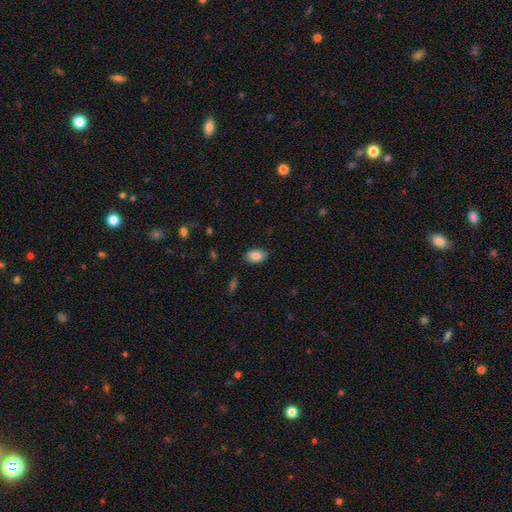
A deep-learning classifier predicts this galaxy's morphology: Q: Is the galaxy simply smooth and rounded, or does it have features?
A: smooth — 85%.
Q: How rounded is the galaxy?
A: in between — 91%.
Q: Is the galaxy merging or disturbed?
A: none — 86%.